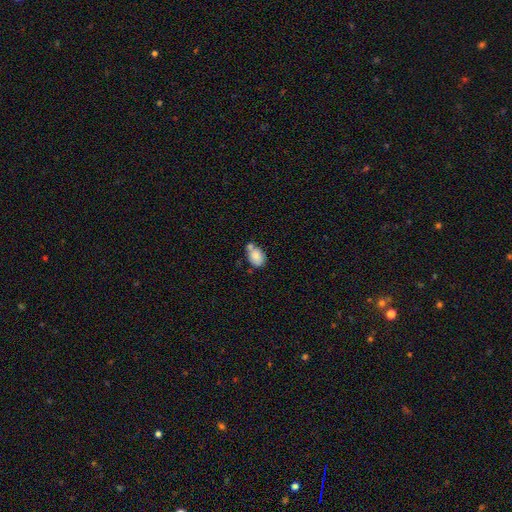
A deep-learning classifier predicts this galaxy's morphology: A smooth galaxy with no disk features (77%) that is in between round and cigar-shaped (69%).

Vote fractions:
- Smooth or featured? smooth: 77% / featured or disk: 15% / star or artifact: 8%
- How rounded? in between: 69% / round: 29% / cigar-shaped: 1%
- Merging? none: 39% / merger: 35% / minor disturbance: 21% / major disturbance: 6%